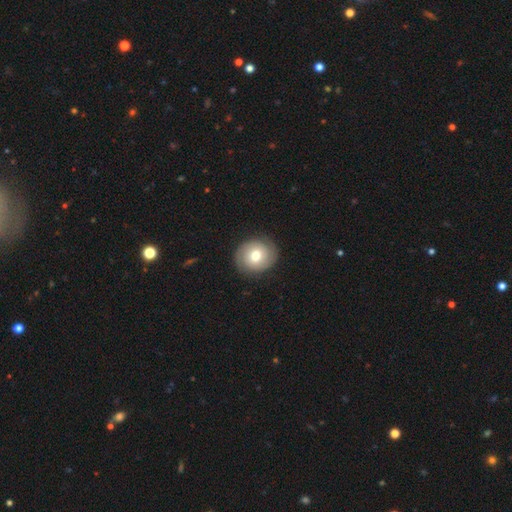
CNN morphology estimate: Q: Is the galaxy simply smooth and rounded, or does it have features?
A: smooth — 55%.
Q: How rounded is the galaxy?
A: round — 80%.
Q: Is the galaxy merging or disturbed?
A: none — 86%.